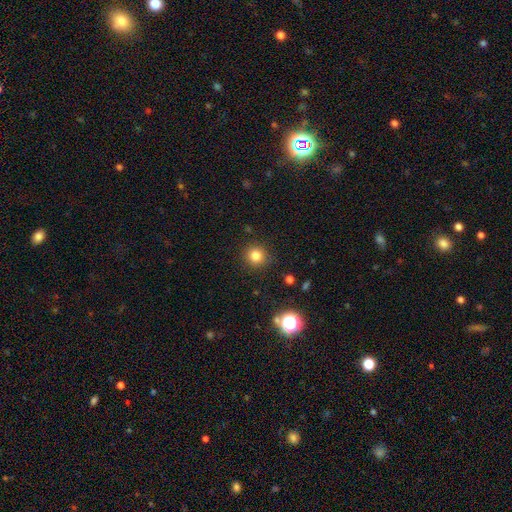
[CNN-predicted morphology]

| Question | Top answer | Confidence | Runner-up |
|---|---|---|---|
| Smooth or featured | smooth | 82% | star or artifact (13%) |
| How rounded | round | 93% | in between (6%) |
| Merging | none | 89% | minor disturbance (7%) |